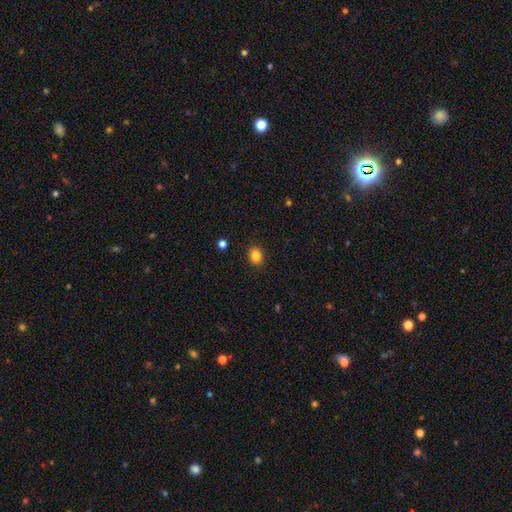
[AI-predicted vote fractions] Q: Smooth or featured?
A: smooth (85%); runner-up: star or artifact (11%)
Q: How rounded?
A: in between (50%); runner-up: round (49%)
Q: Merging?
A: none (90%); runner-up: minor disturbance (7%)